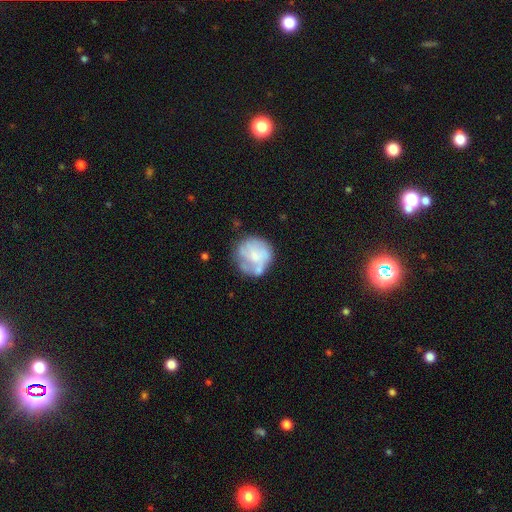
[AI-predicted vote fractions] The model was most divided on "smooth or featured": featured or disk: 49%, smooth: 44%, star or artifact: 8%. More confident: merging — none (56%).